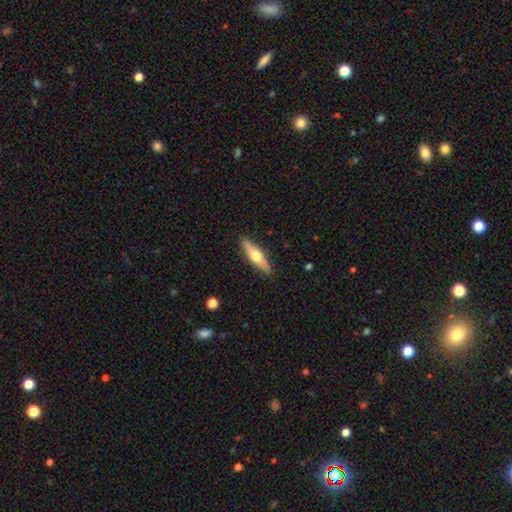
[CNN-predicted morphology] Smooth or featured? smooth (48%)
Merging? none (89%)